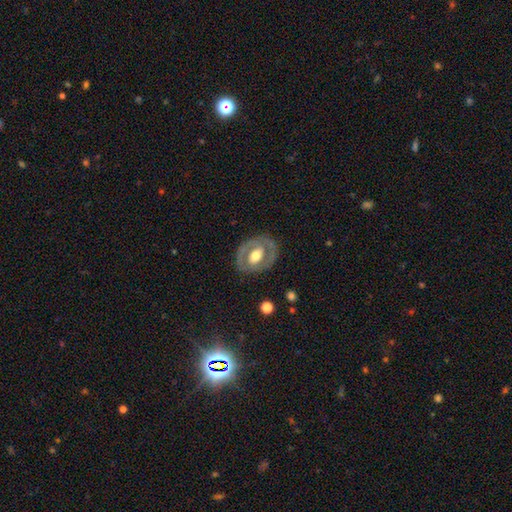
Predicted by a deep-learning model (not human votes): A featured or disk galaxy (60%) with no bar (58%), no spiral arms (77%) and a moderate central bulge (61%).

Vote fractions:
- Smooth or featured? featured or disk: 60% / smooth: 35% / star or artifact: 5%
- Edge-on disk? no: 93% / yes: 7%
- Bar? no: 58% / weak: 27% / strong: 15%
- Spiral arms? no: 77% / yes: 23%
- Bulge size? moderate: 61% / large: 28% / small: 8% / dominant: 2% / none: 1%
- Merging? none: 79% / minor disturbance: 14% / major disturbance: 6% / merger: 1%